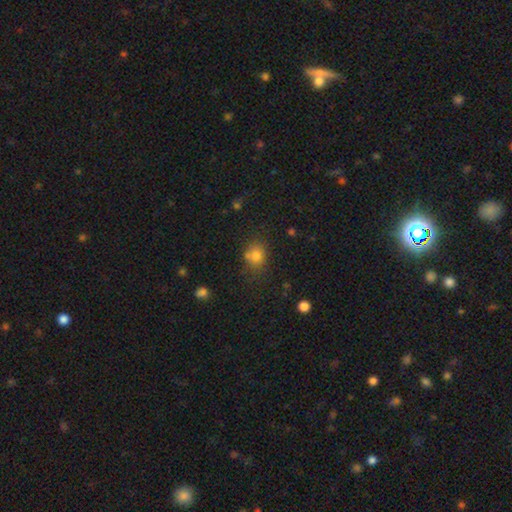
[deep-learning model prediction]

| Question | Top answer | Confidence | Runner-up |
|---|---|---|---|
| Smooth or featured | smooth | 77% | star or artifact (14%) |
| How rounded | round | 63% | in between (36%) |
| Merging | none | 62% | minor disturbance (18%) |